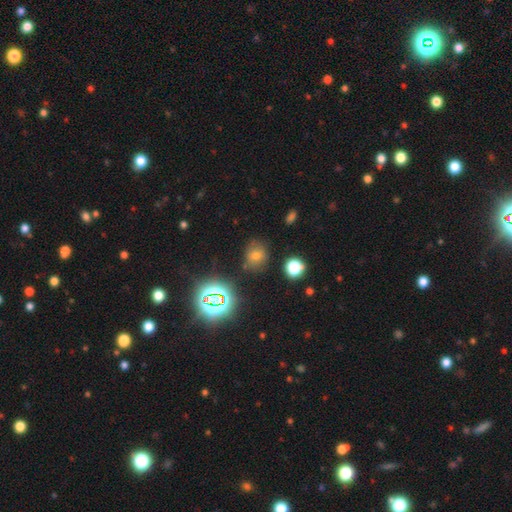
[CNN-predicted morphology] A smooth galaxy with no disk features (52%) that is round (72%). Merging: none (80%).